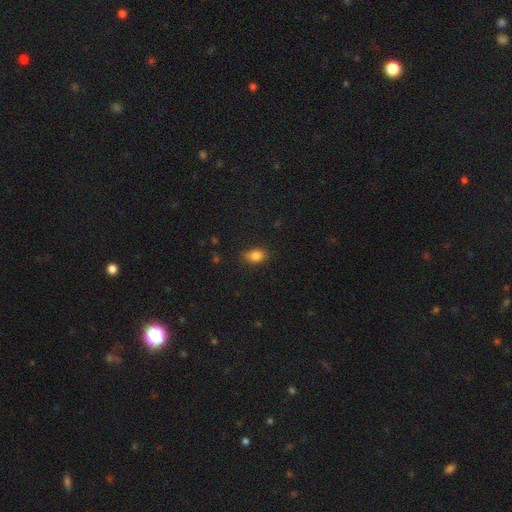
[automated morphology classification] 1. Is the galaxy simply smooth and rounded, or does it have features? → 83% smooth, 10% star or artifact, 7% featured or disk.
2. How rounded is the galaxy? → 81% in between, 16% round, 3% cigar-shaped.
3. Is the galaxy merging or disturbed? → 78% none, 17% minor disturbance, 3% major disturbance, 1% merger.